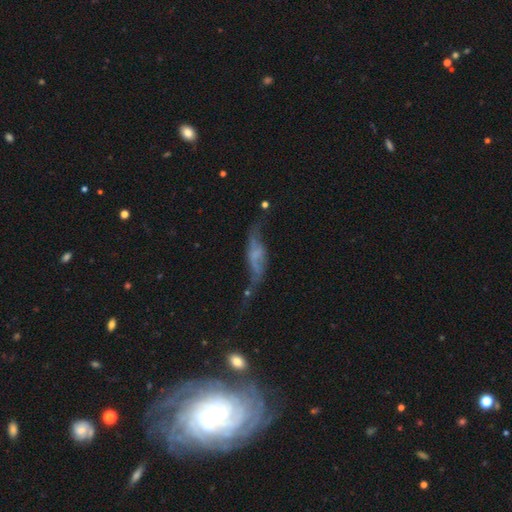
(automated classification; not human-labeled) A featured or disk galaxy (60%).

Vote fractions:
- Smooth or featured? featured or disk: 60% / smooth: 27% / star or artifact: 13%
- Edge-on disk? no: 61% / yes: 39%
- Merging? none: 35% / major disturbance: 32% / minor disturbance: 24% / merger: 9%